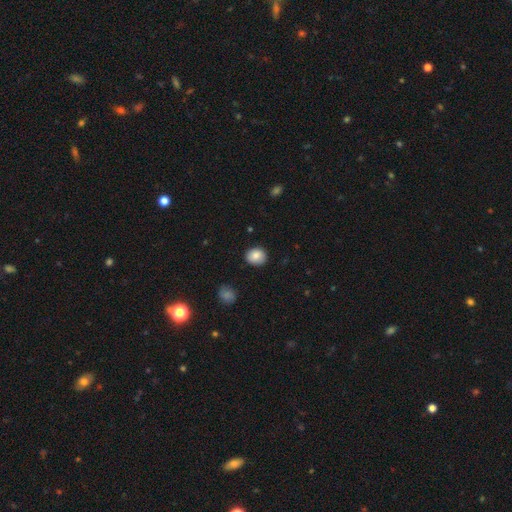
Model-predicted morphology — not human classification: Smooth or featured? smooth (84%)
How rounded? round (71%)
Merging? none (87%)